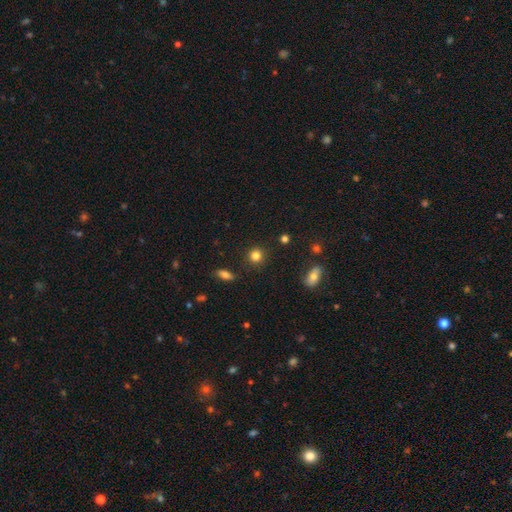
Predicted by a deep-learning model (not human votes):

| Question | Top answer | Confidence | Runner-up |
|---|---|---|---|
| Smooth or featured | smooth | 83% | star or artifact (12%) |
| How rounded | round | 89% | in between (10%) |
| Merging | none | 88% | minor disturbance (7%) |